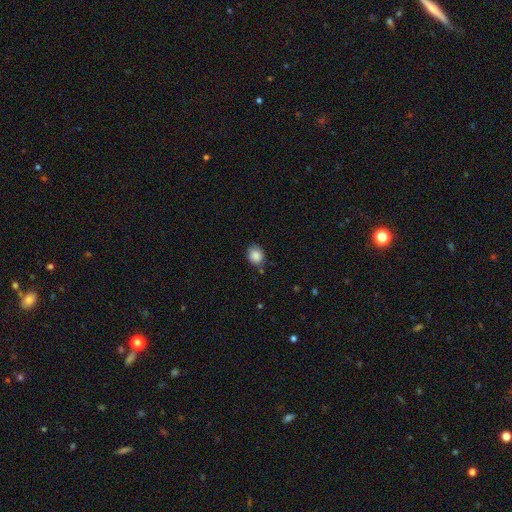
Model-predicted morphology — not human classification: A smooth galaxy with no disk features (87%) that is round (53%). Merging: none (79%).